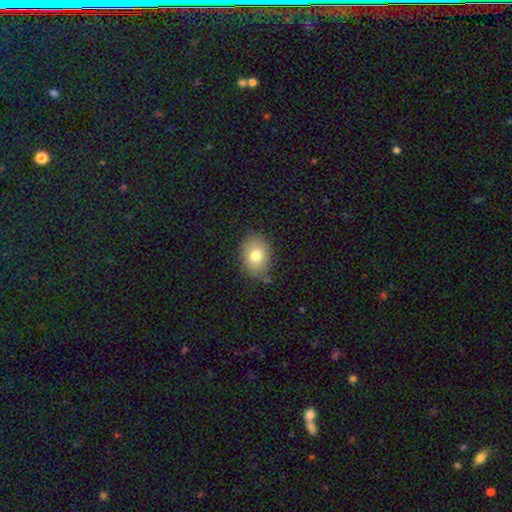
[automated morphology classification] smooth-or-featured: smooth: 78% | featured or disk: 12% | star or artifact: 10%
  how-rounded: in between: 59% | round: 40% | cigar-shaped: 1%
  merging: none: 76% | minor disturbance: 17% | major disturbance: 4% | merger: 2%